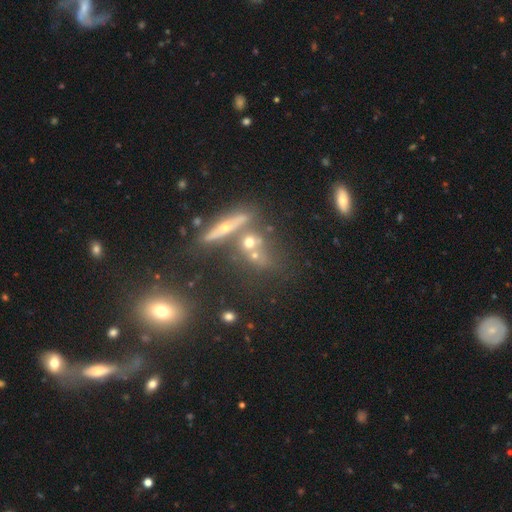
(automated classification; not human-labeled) A smooth galaxy with no disk features (44%). Merging: none (52%).